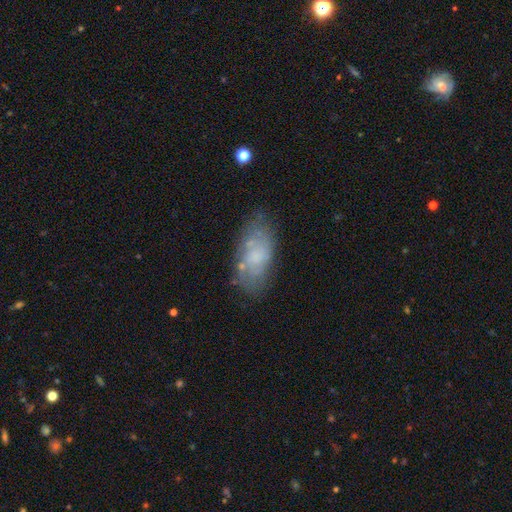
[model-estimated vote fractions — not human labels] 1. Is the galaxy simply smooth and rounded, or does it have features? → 48% smooth, 43% featured or disk, 9% star or artifact.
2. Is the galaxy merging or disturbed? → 65% none, 23% minor disturbance, 9% major disturbance, 4% merger.